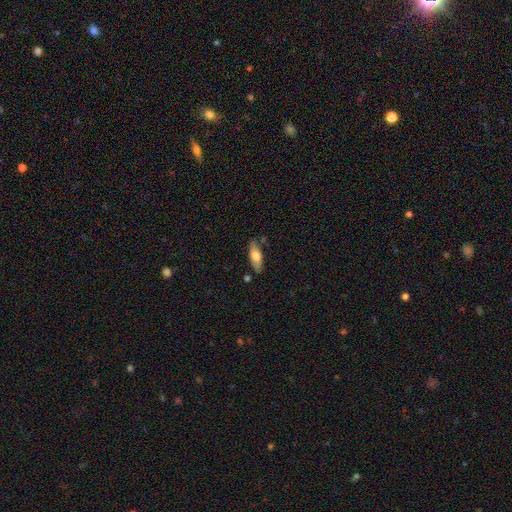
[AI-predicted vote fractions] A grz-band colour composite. It shows a smooth galaxy with no disk features (66%) that is in between round and cigar-shaped (70%). Merging: none (78%).